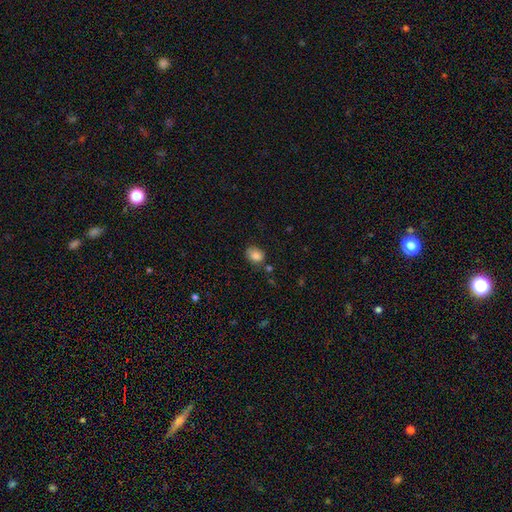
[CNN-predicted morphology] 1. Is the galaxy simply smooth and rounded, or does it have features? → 84% smooth, 10% star or artifact, 7% featured or disk.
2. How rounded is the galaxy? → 55% in between, 44% round, 1% cigar-shaped.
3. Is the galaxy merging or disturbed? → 66% none, 24% minor disturbance, 6% major disturbance, 5% merger.